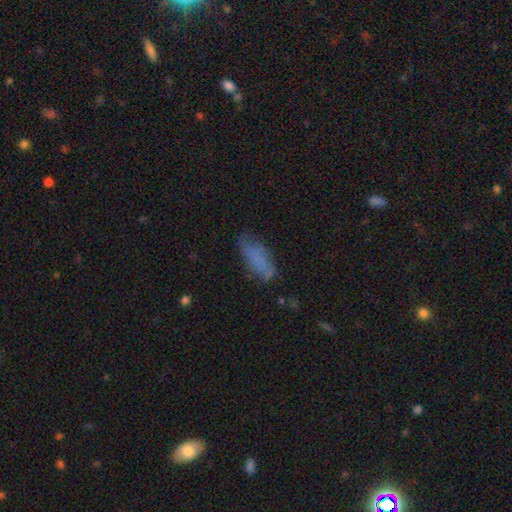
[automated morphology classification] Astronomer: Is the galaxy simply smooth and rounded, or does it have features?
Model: smooth — 68%.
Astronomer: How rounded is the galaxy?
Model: in between — 62%.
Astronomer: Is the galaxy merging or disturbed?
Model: none — 66%.